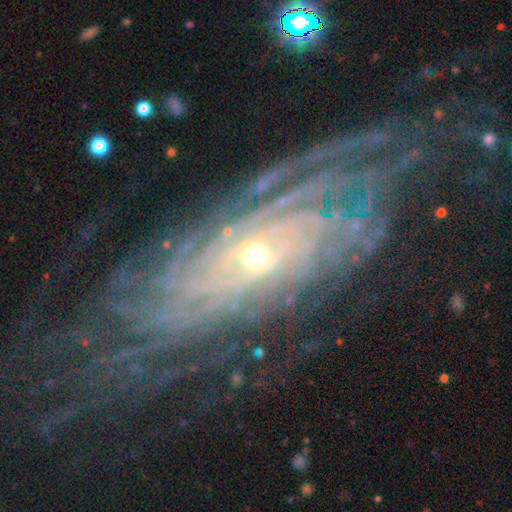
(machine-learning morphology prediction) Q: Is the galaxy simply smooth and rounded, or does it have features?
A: featured or disk — 88%.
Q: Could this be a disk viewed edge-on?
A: no — 91%.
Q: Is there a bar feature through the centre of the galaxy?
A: no — 51%.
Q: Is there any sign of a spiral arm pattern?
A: yes — 96%.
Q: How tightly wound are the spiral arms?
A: tight — 75%.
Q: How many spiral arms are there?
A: can't tell — 32%.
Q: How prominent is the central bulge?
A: small — 70%.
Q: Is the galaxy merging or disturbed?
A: none — 73%.